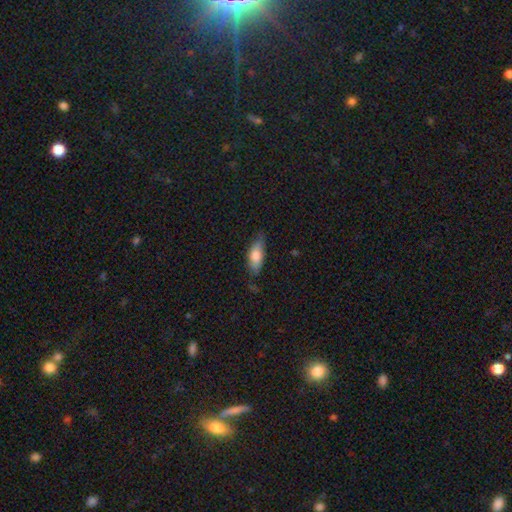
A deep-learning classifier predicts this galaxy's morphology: smooth_or_featured: smooth (p=0.77) [alt: featured or disk p=0.17]
how_rounded: in between (p=0.77) [alt: cigar-shaped p=0.20]
merging: none (p=0.65) [alt: minor disturbance p=0.27]